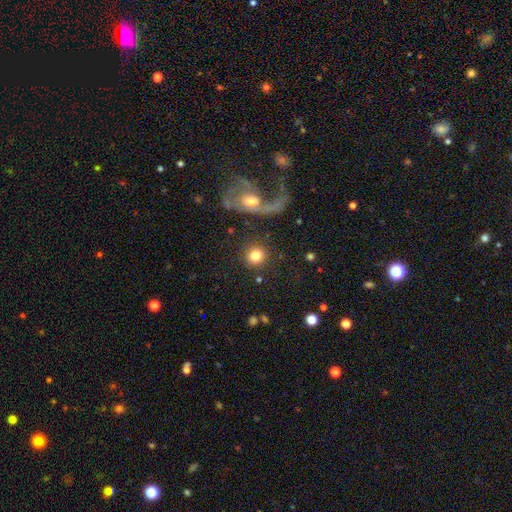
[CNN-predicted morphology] The model was most divided on "smooth or featured": smooth: 79%, featured or disk: 12%, star or artifact: 9%. More confident: how rounded — round (93%); merging — none (84%).